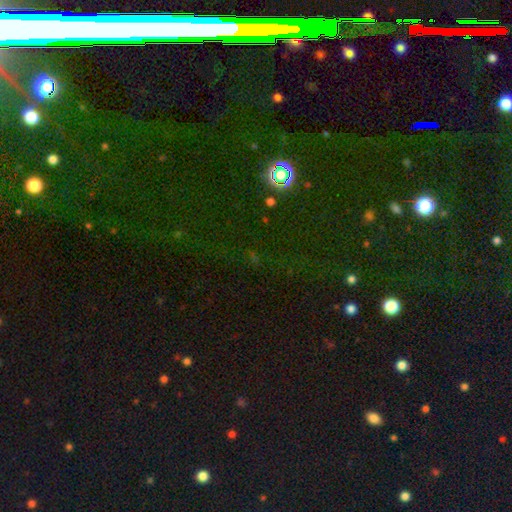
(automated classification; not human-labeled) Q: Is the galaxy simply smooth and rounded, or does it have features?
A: star or artifact — 60%.